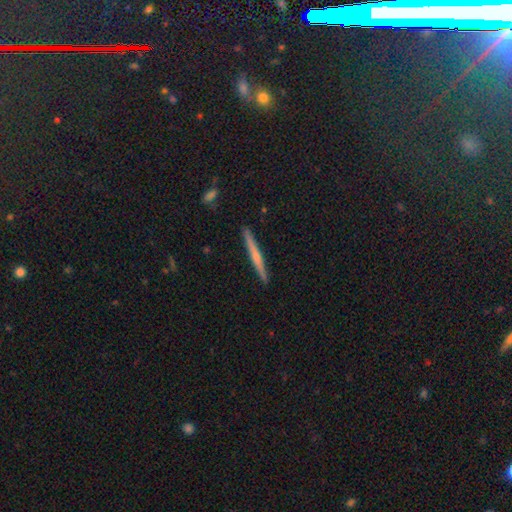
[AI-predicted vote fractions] Morphology: type=featured or disk (54%); edge-on=yes (97%); edge-on bulge=rounded (55%); merging=none (91%).